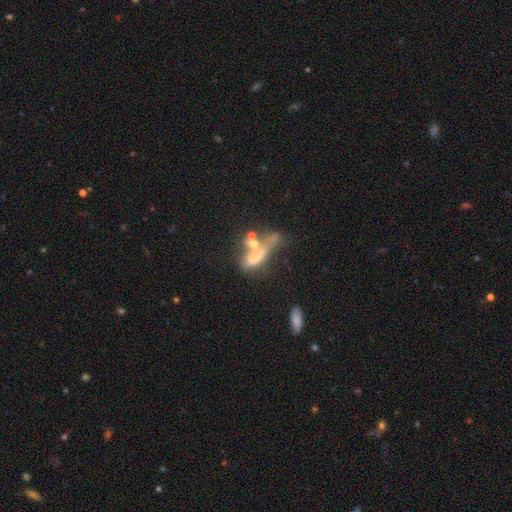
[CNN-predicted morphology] type=smooth (44%); merging=merger (45%).